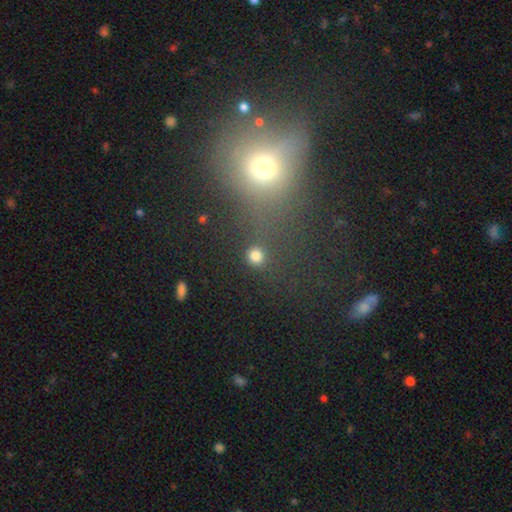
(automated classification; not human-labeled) Smooth or featured: smooth — 80% (star or artifact — 16%)
How rounded: round — 92% (in between — 7%)
Merging: none — 85% (minor disturbance — 7%)